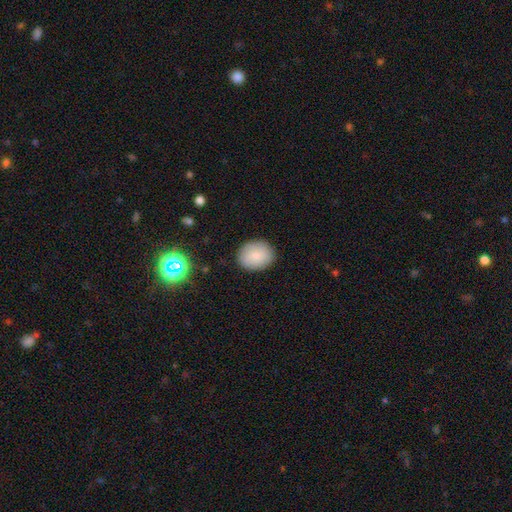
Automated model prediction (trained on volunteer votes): Smooth or featured?
  - smooth: 85% *
  - star or artifact: 8%
  - featured or disk: 7%
How rounded?
  - round: 54% *
  - in between: 45%
  - cigar-shaped: 1%
Merging?
  - none: 87% *
  - minor disturbance: 9%
  - major disturbance: 2%
  - merger: 1%